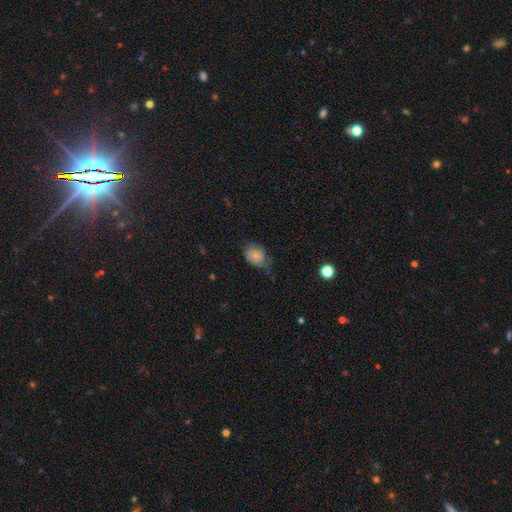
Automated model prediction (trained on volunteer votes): A smooth galaxy with no disk features (77%) that is in between round and cigar-shaped (62%). Merging: none (44%).